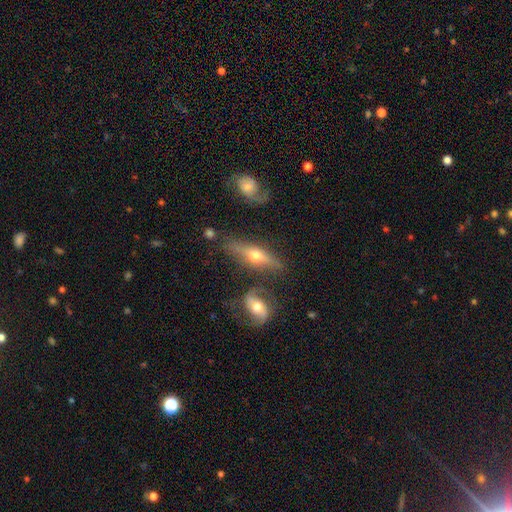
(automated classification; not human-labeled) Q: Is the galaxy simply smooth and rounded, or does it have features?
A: featured or disk — 64%.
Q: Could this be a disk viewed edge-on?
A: yes — 79%.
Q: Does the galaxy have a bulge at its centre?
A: rounded — 94%.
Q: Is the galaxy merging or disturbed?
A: none — 64%.